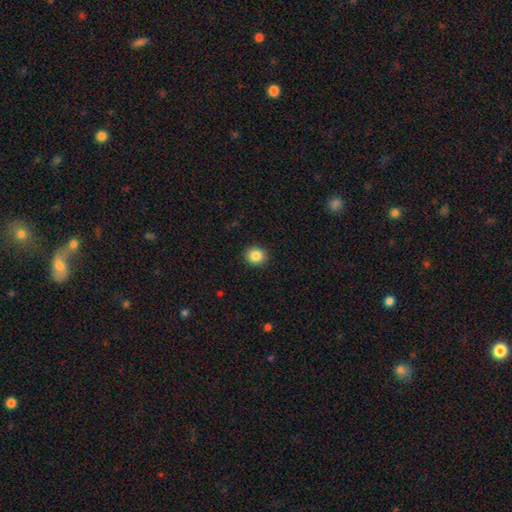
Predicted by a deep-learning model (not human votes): This is clearly a smooth galaxy (86%). How rounded: clearly round (83%). Merging: clearly none (91%).